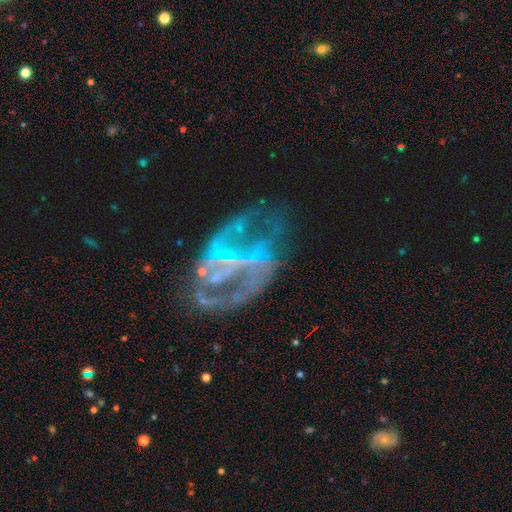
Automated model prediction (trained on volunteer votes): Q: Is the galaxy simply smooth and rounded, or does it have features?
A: featured or disk — 66%.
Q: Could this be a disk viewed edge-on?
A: no — 94%.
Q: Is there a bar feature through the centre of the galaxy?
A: no — 43%.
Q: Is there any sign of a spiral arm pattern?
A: yes — 69%.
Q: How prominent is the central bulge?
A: small — 38%.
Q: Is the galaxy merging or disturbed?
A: none — 48%.